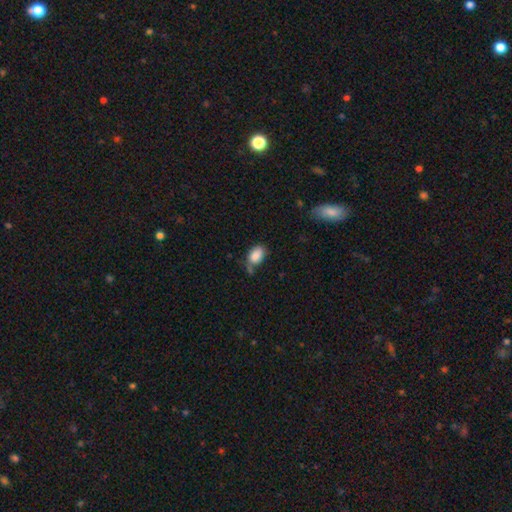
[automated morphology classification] A smooth galaxy with no disk features (87%) that is in between round and cigar-shaped (89%). Merging: none (53%).